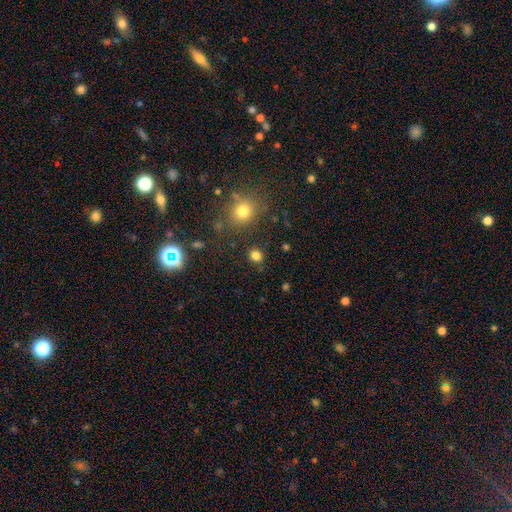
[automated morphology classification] A smooth galaxy with no disk features (80%) that is round (83%). Merging: none (85%).